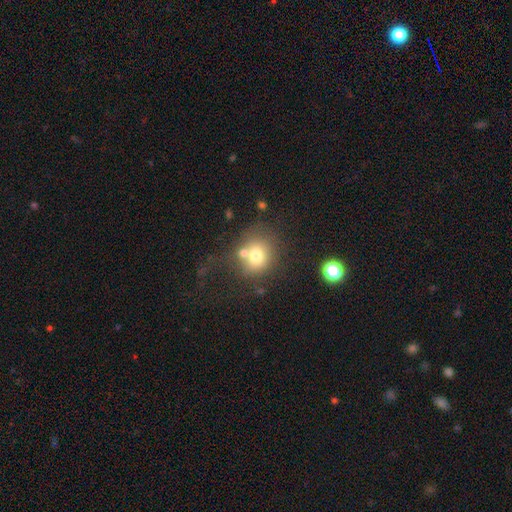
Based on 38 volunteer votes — smooth 87%, featured or disk 8%, star or artifact 5%. Down the decision tree: how rounded — round (73%); merging — none (56%).